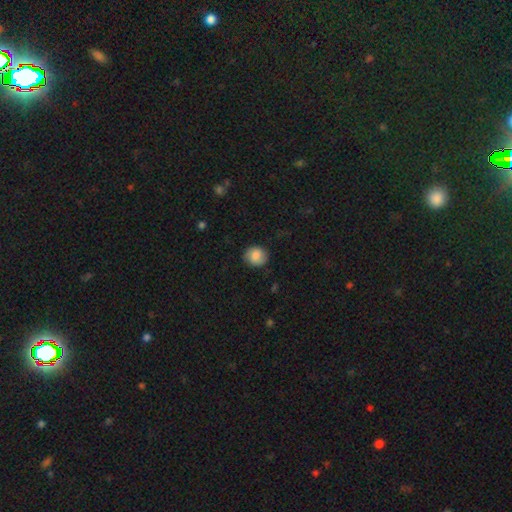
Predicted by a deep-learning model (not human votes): Smooth or featured? Predicted: smooth (p=0.80). How rounded? Predicted: round (p=0.78). Merging? Predicted: none (p=0.83).